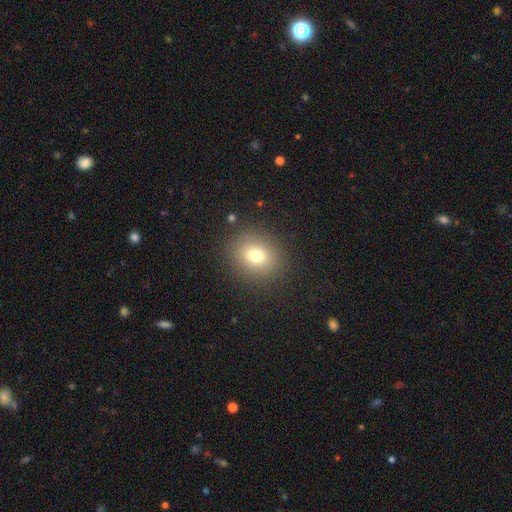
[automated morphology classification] This is likely a smooth galaxy (75%). How rounded: likely round (71%). Merging: clearly none (87%).